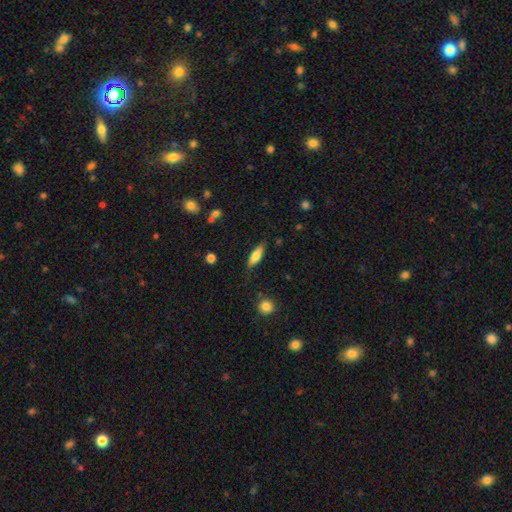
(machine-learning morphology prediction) Q: Smooth or featured?
A: smooth (68%); runner-up: featured or disk (25%)
Q: How rounded?
A: in between (53%); runner-up: cigar-shaped (45%)
Q: Merging?
A: none (80%); runner-up: minor disturbance (15%)